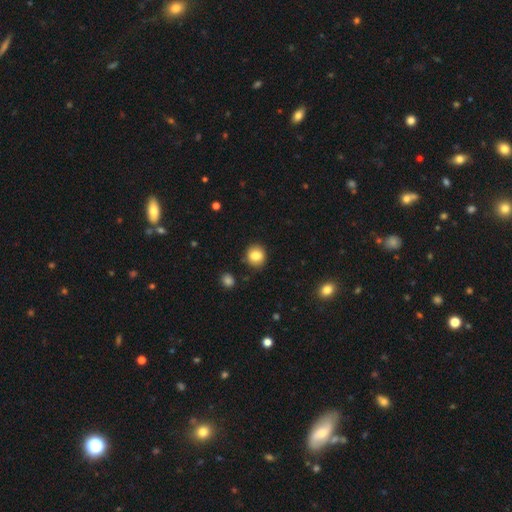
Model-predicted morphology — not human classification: A smooth galaxy with no disk features (83%) that is round (83%).

Vote fractions:
- Smooth or featured? smooth: 83% / star or artifact: 10% / featured or disk: 7%
- How rounded? round: 83% / in between: 16% / cigar-shaped: 1%
- Merging? none: 86% / minor disturbance: 10% / major disturbance: 2% / merger: 2%